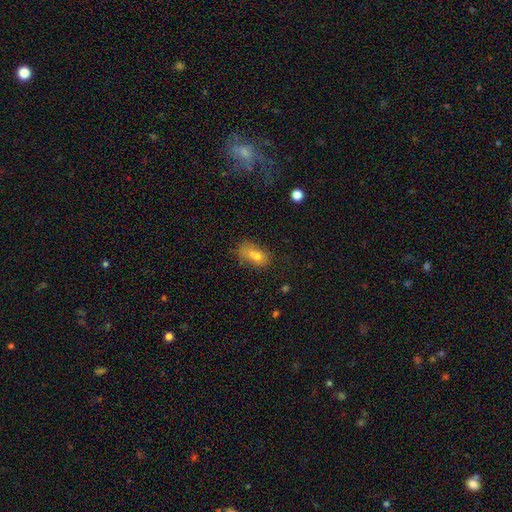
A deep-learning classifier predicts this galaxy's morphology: Smooth or featured?
  - smooth: 65% *
  - featured or disk: 19%
  - star or artifact: 16%
How rounded?
  - in between: 74% *
  - round: 22%
  - cigar-shaped: 4%
Merging?
  - merger: 41% *
  - none: 34%
  - minor disturbance: 15%
  - major disturbance: 10%